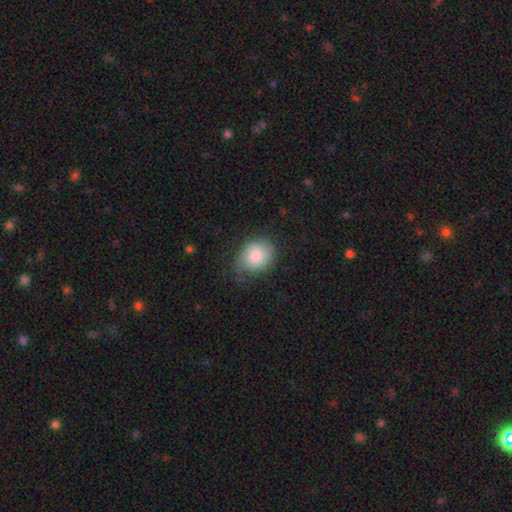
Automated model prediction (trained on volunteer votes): This appears to be a smooth galaxy with no disk features (77%) that is round (53%). Merging: none (59%).